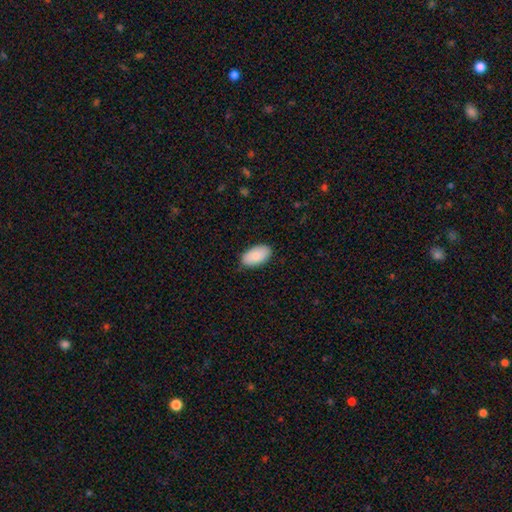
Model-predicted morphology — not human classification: smooth-or-featured: smooth: 89% | star or artifact: 6% | featured or disk: 6%
  how-rounded: in between: 96% | round: 2% | cigar-shaped: 2%
  merging: none: 85% | minor disturbance: 12% | major disturbance: 2% | merger: 1%